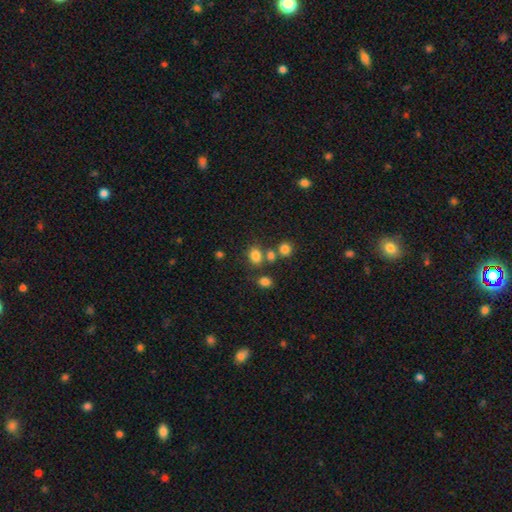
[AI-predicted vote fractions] Smooth or featured? Predicted: smooth (p=0.80). How rounded? Predicted: in between (p=0.51). Merging? Predicted: none (p=0.62).